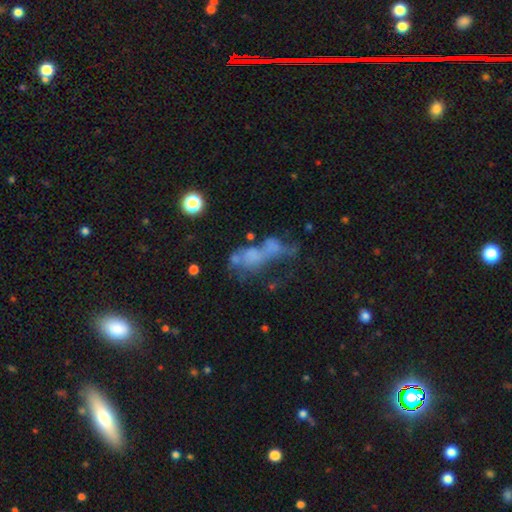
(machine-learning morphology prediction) A smooth galaxy with no disk features (43%). Merging: merger (41%).